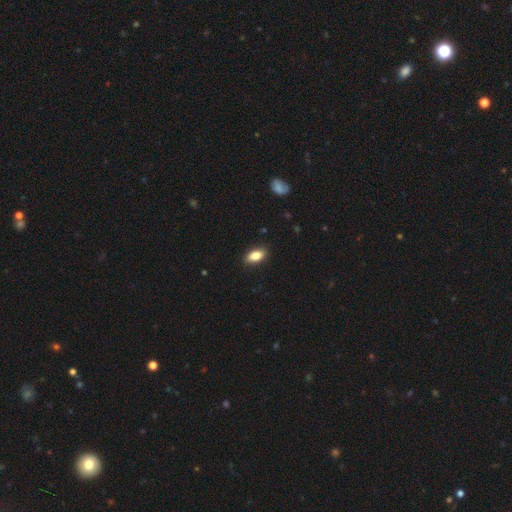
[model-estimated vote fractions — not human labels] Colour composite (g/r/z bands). It shows a smooth galaxy with no disk features (83%) that is in between round and cigar-shaped (89%). Merging: none (88%).